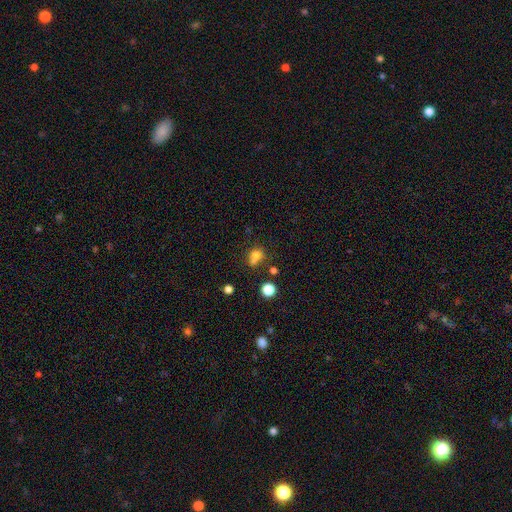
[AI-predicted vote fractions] The model was most divided on "merging": none: 43%, merger: 41%, minor disturbance: 11%, major disturbance: 5%. More confident: how rounded — round (77%); smooth or featured — smooth (73%).